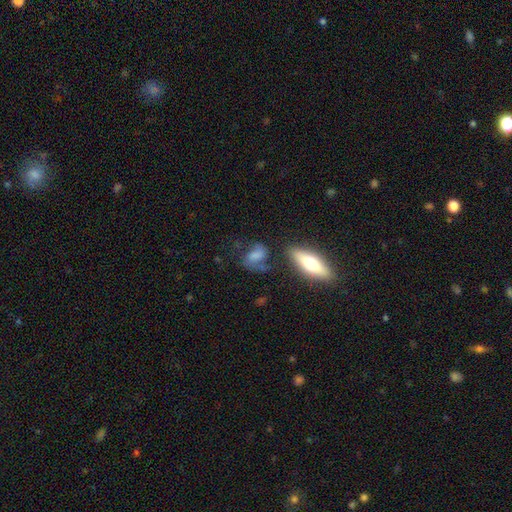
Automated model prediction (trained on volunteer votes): A smooth galaxy with no disk features (48%). Merging: none (46%).